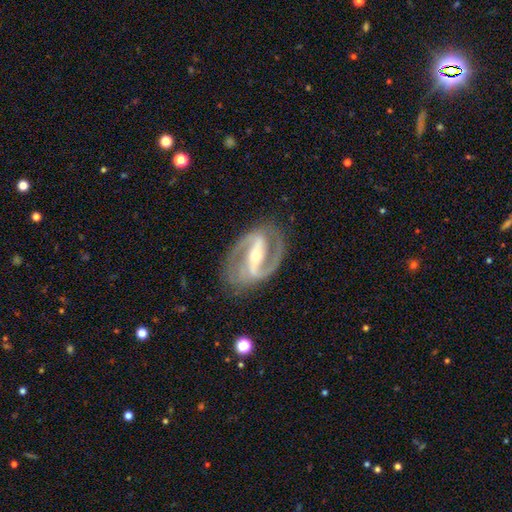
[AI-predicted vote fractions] This is clearly a featured or disk galaxy (92%). It is clearly not viewed edge-on (96%). Bar: likely strong (72%). Spiral arm pattern: clearly yes (97%). Spiral arm count: clearly 2 (92%). Spiral winding: possibly medium (55%). Central bulge: possibly small (52%). Merging: likely none (79%).